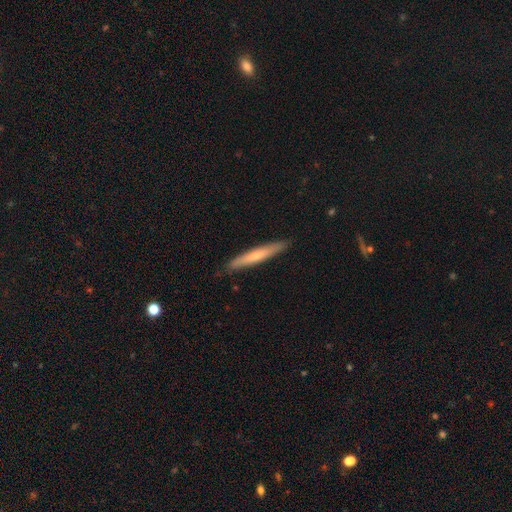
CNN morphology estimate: Smooth or featured? smooth (59%)
How rounded? cigar-shaped (95%)
Merging? none (88%)